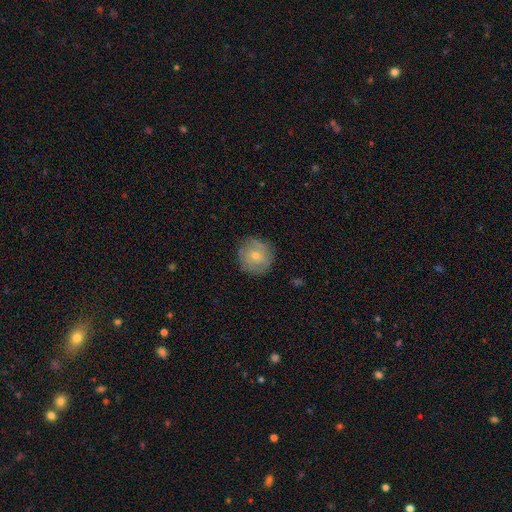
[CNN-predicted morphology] The model was most divided on "smooth or featured": smooth: 59%, featured or disk: 34%, star or artifact: 7%. More confident: how rounded — round (92%); merging — none (82%).